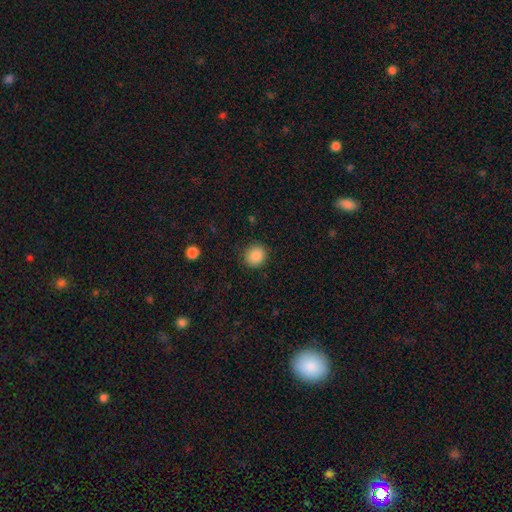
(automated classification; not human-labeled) smooth-or-featured: smooth: 88% | star or artifact: 9% | featured or disk: 3%
  how-rounded: round: 82% | in between: 17% | cigar-shaped: 1%
  merging: none: 88% | minor disturbance: 8% | major disturbance: 3% | merger: 1%